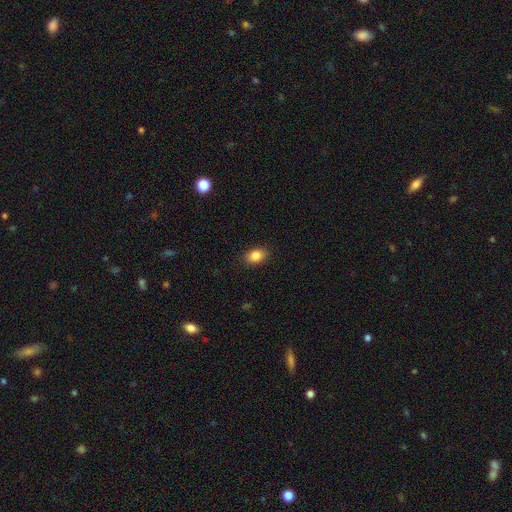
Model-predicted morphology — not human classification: Smooth or featured?
  - smooth: 86% *
  - star or artifact: 9%
  - featured or disk: 5%
How rounded?
  - in between: 77% *
  - round: 21%
  - cigar-shaped: 1%
Merging?
  - none: 89% *
  - minor disturbance: 8%
  - major disturbance: 2%
  - merger: 1%